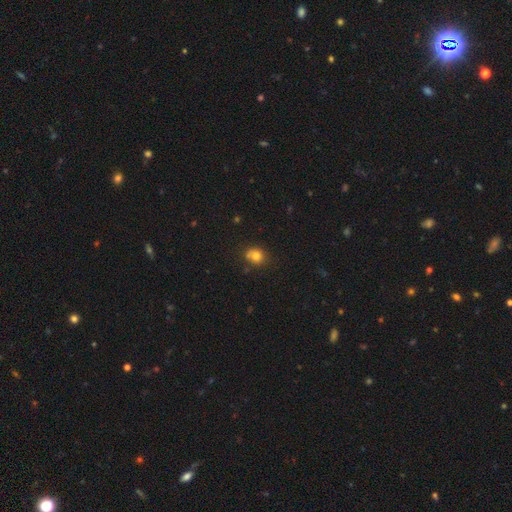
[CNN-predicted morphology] Smooth or featured?
  - smooth: 78% *
  - star or artifact: 12%
  - featured or disk: 9%
How rounded?
  - round: 69% *
  - in between: 30%
  - cigar-shaped: 1%
Merging?
  - none: 62% *
  - minor disturbance: 19%
  - merger: 13%
  - major disturbance: 5%